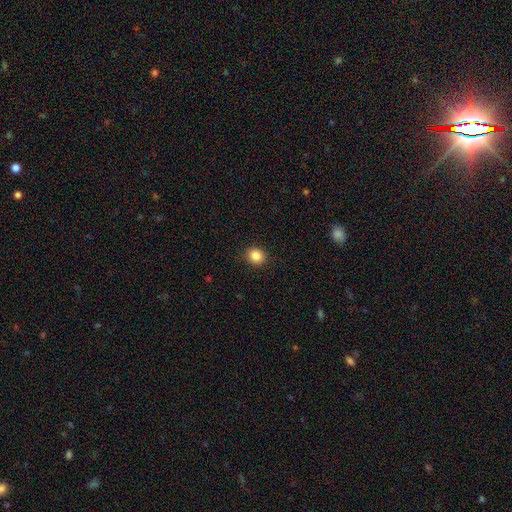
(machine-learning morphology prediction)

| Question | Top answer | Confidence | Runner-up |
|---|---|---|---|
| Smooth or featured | smooth | 86% | star or artifact (10%) |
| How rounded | round | 76% | in between (24%) |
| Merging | none | 90% | minor disturbance (7%) |